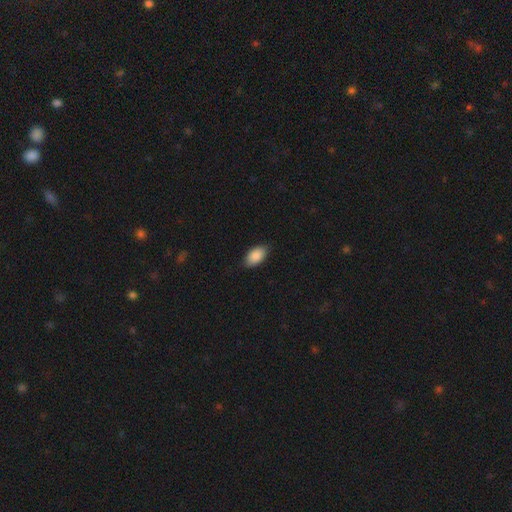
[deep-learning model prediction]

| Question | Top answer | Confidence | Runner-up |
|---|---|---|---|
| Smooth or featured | smooth | 89% | star or artifact (6%) |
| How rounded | in between | 94% | round (4%) |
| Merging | none | 83% | minor disturbance (13%) |